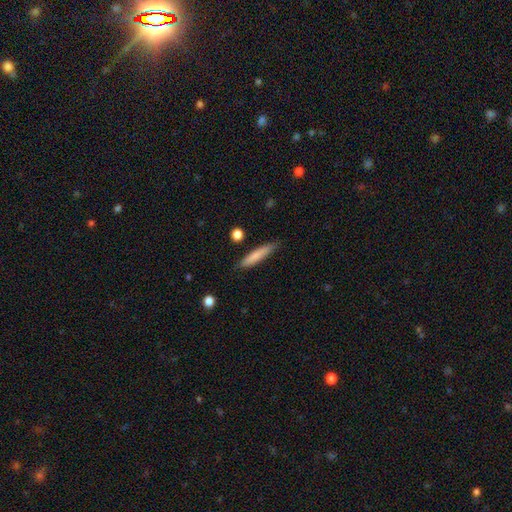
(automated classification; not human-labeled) Smooth or featured? smooth (79%)
How rounded? cigar-shaped (89%)
Merging? none (83%)